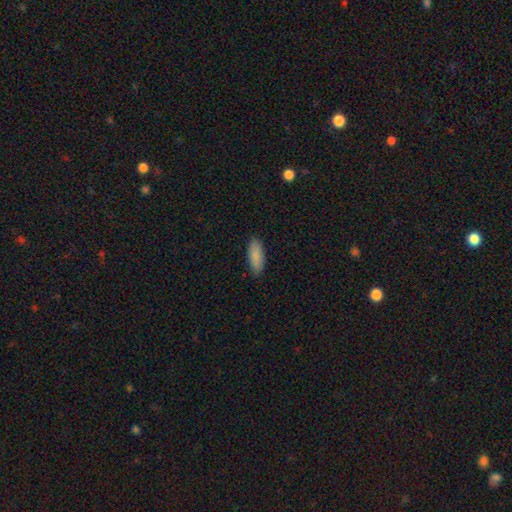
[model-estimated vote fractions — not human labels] The model was most divided on "how rounded": in between: 76%, cigar-shaped: 23%, round: 2%. More confident: smooth or featured — smooth (89%); merging — none (88%).